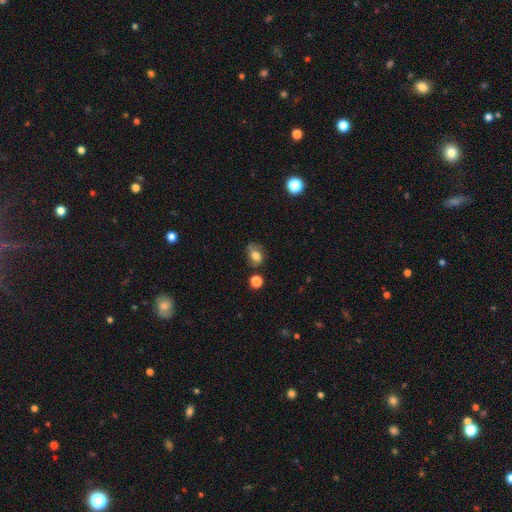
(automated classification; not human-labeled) smooth-or-featured: smooth: 67% | featured or disk: 20% | star or artifact: 13%
  how-rounded: in between: 67% | round: 31% | cigar-shaped: 2%
  merging: none: 55% | minor disturbance: 26% | major disturbance: 10% | merger: 9%